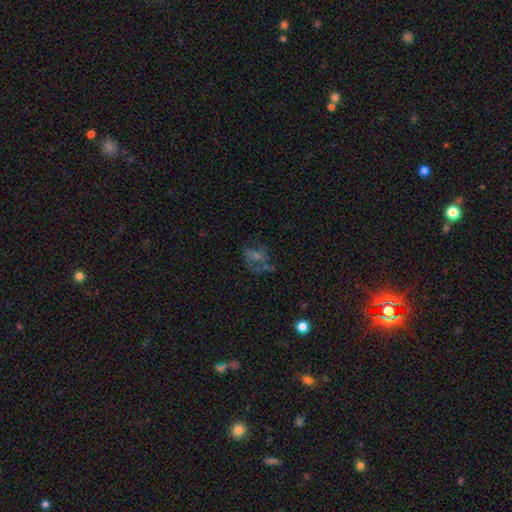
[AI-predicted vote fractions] featured or disk 42%, star or artifact 29%, smooth 29%. Down the decision tree: merging — none (46%).